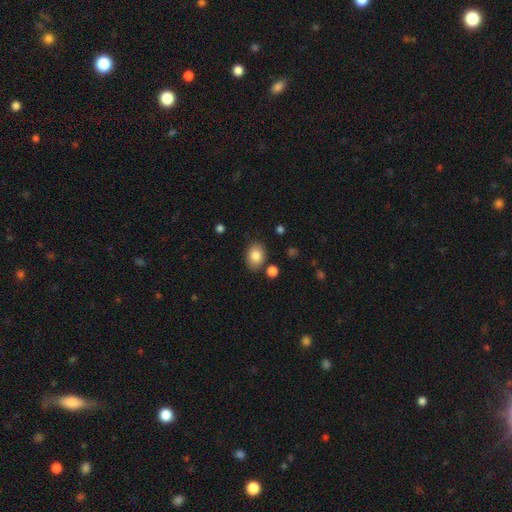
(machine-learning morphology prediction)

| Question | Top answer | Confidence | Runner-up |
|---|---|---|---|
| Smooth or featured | smooth | 84% | star or artifact (8%) |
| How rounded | in between | 69% | round (30%) |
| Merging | none | 81% | minor disturbance (11%) |